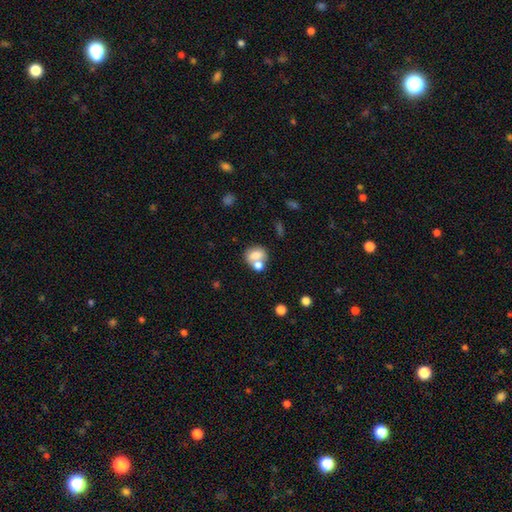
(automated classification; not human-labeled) Smooth or featured? smooth (73%)
How rounded? in between (54%)
Merging? merger (45%)